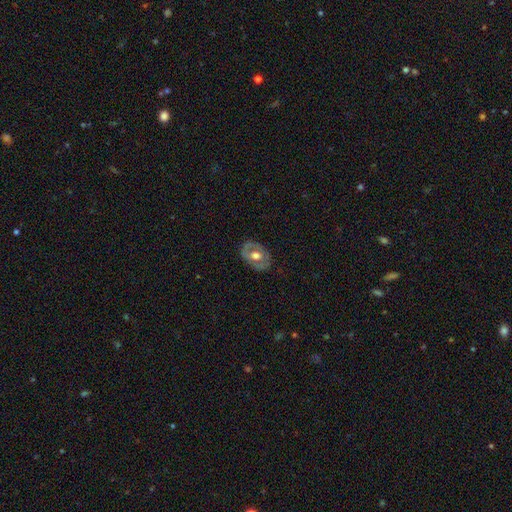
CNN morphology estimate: A featured or disk galaxy (55%) with no bar (69%), no spiral arms (78%) and a moderate central bulge (62%).

Vote fractions:
- Smooth or featured? featured or disk: 55% / smooth: 39% / star or artifact: 6%
- Edge-on disk? no: 92% / yes: 8%
- Bar? no: 69% / weak: 23% / strong: 8%
- Spiral arms? no: 78% / yes: 22%
- Bulge size? moderate: 62% / large: 31% / small: 4% / dominant: 1% / none: 1%
- Merging? none: 78% / minor disturbance: 16% / major disturbance: 5% / merger: 1%